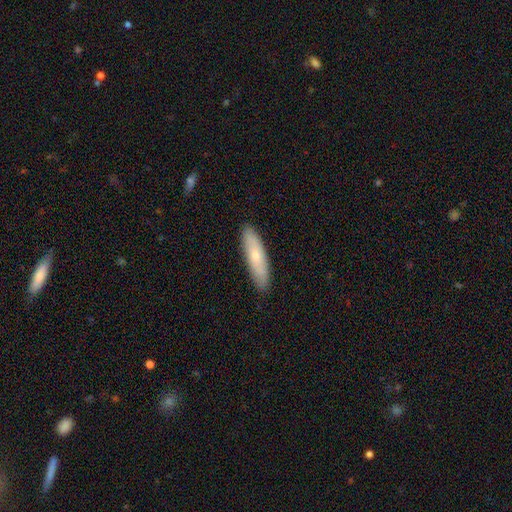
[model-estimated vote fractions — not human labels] smooth_or_featured: smooth (p=0.65) [alt: featured or disk p=0.29]
how_rounded: cigar-shaped (p=0.67) [alt: in between p=0.31]
merging: none (p=0.89) [alt: minor disturbance p=0.09]